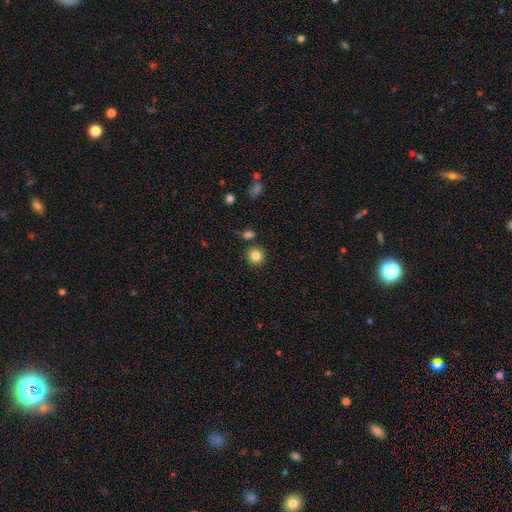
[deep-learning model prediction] smooth 85%, star or artifact 11%, featured or disk 5%. Down the decision tree: how rounded — round (92%); merging — none (85%).